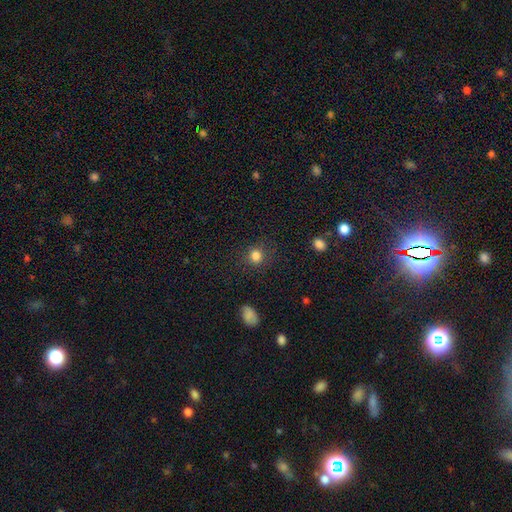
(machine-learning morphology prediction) The model was most divided on "smooth or featured": smooth: 82%, star or artifact: 13%, featured or disk: 5%. More confident: merging — none (85%); how rounded — round (84%).